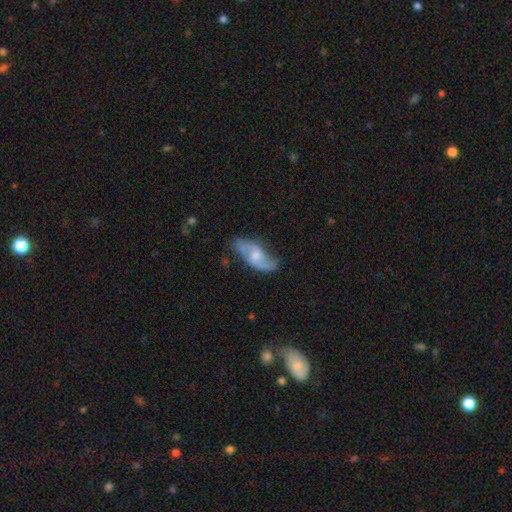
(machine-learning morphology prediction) A featured or disk galaxy (71%) with no bar (55%), 2 (85%) loose (53%) spiral arms (90%) and a moderate central bulge (49%).

Vote fractions:
- Smooth or featured? featured or disk: 71% / smooth: 22% / star or artifact: 6%
- Edge-on disk? no: 92% / yes: 8%
- Bar? no: 55% / weak: 38% / strong: 7%
- Spiral arms? yes: 90% / no: 10%
- Spiral winding? loose: 53% / medium: 36% / tight: 11%
- Spiral arm count? 2: 85% / can't tell: 7% / 1: 5% / 3: 1% / 4: 1% / more than 4: 1%
- Bulge size? moderate: 49% / small: 34% / none: 9% / large: 7% / dominant: 1%
- Merging? none: 63% / minor disturbance: 24% / major disturbance: 10% / merger: 3%